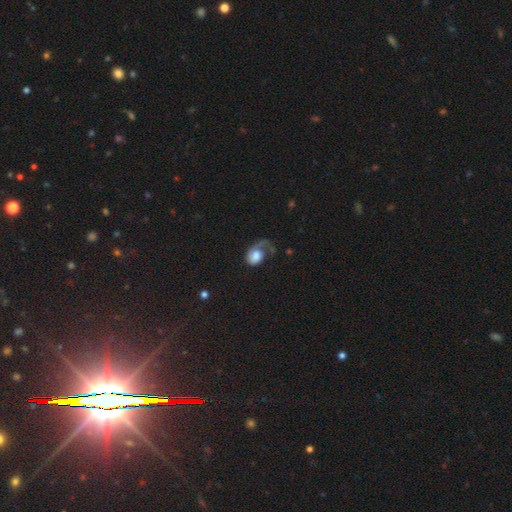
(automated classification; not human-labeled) Overall: featured or disk (51%; smooth 41%). Edge-on disk: no (97%). Merging: major disturbance (48%; none 29%).